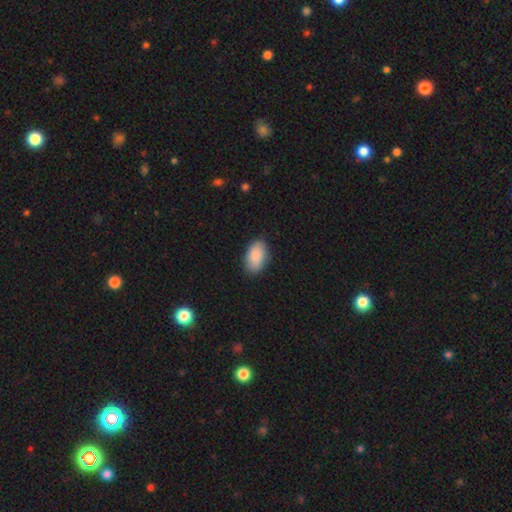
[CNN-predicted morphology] smooth-or-featured: smooth: 89% | star or artifact: 6% | featured or disk: 5%
  how-rounded: in between: 94% | round: 4% | cigar-shaped: 2%
  merging: none: 86% | minor disturbance: 11% | major disturbance: 2% | merger: 1%